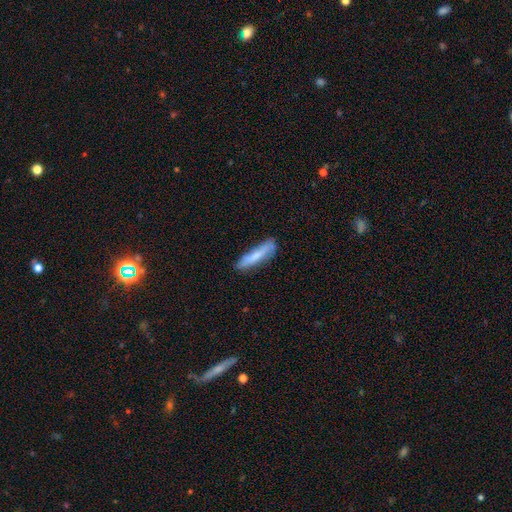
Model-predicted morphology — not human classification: This is likely a smooth galaxy (69%). How rounded: clearly cigar-shaped (84%). Merging: likely none (75%).